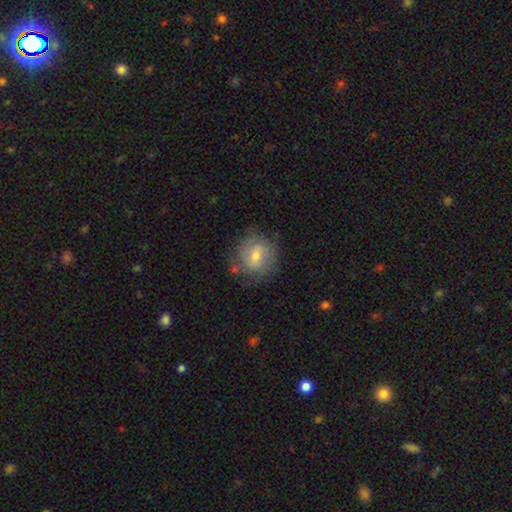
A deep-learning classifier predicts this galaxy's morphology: smooth-or-featured: smooth: 50% | featured or disk: 43% | star or artifact: 7%
  merging: none: 71% | minor disturbance: 19% | major disturbance: 8% | merger: 2%